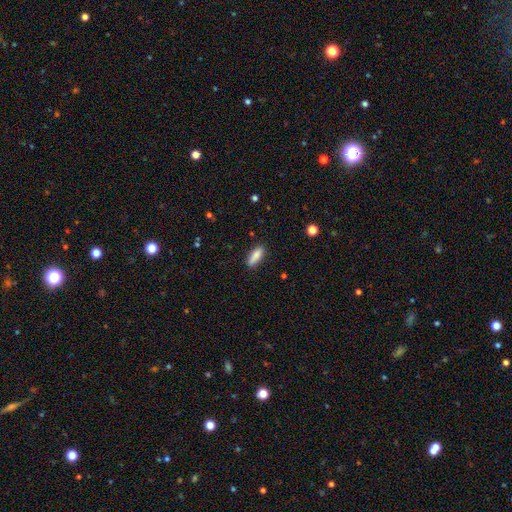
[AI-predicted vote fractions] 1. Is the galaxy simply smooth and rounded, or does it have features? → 83% smooth, 10% featured or disk, 7% star or artifact.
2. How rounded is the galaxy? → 54% in between, 44% cigar-shaped, 2% round.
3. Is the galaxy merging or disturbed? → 86% none, 10% minor disturbance, 2% major disturbance, 1% merger.